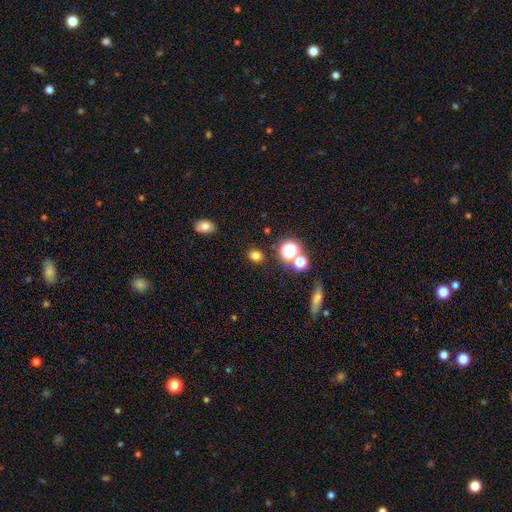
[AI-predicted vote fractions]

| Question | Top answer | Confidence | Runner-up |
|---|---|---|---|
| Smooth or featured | smooth | 75% | star or artifact (19%) |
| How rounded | round | 58% | in between (41%) |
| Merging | none | 84% | minor disturbance (8%) |